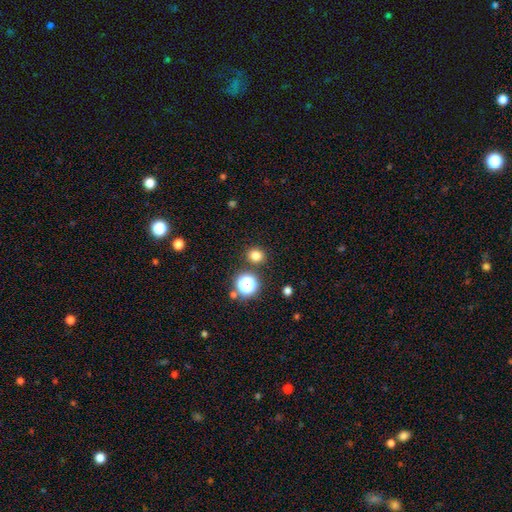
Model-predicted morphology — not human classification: This is likely a smooth galaxy (78%). How rounded: clearly round (80%). Merging: clearly none (86%).